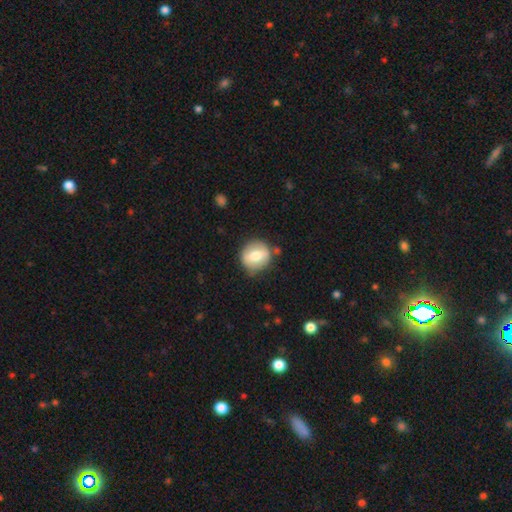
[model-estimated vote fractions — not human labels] smooth-or-featured: smooth: 62% | featured or disk: 31% | star or artifact: 7%
  how-rounded: round: 80% | in between: 18% | cigar-shaped: 1%
  merging: none: 77% | minor disturbance: 16% | major disturbance: 5% | merger: 3%